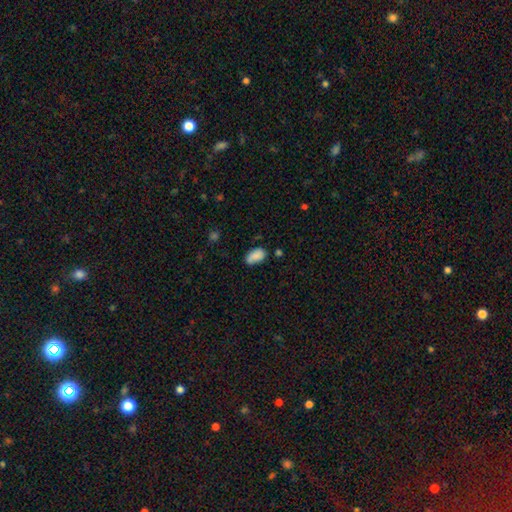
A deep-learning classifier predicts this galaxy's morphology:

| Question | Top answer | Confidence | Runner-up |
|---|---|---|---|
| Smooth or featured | smooth | 84% | featured or disk (8%) |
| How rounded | in between | 91% | round (7%) |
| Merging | none | 62% | minor disturbance (26%) |